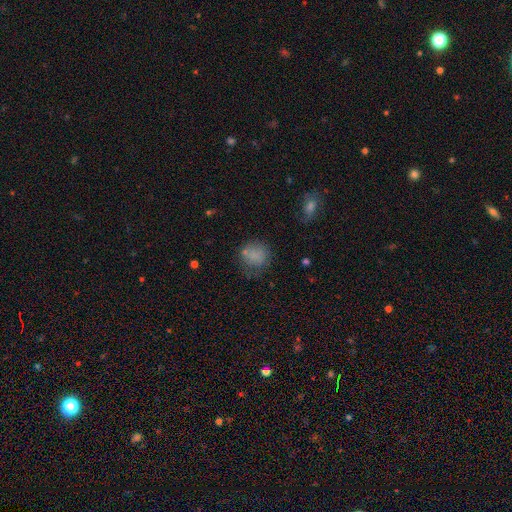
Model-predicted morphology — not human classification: Q: Smooth or featured?
A: smooth (78%); runner-up: star or artifact (12%)
Q: How rounded?
A: round (80%); runner-up: in between (19%)
Q: Merging?
A: none (62%); runner-up: minor disturbance (22%)